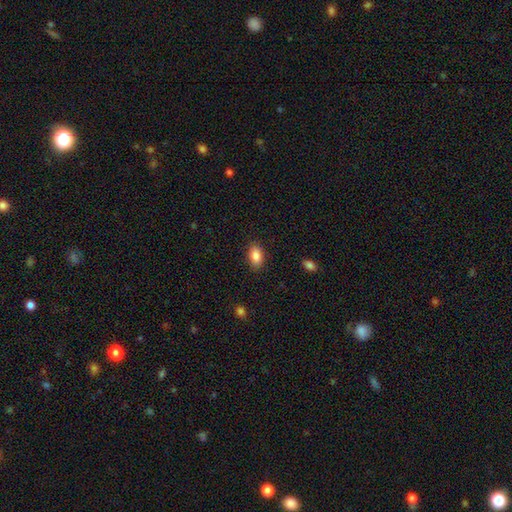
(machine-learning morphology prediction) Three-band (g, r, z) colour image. It shows a smooth galaxy with no disk features (87%) that is in between round and cigar-shaped (91%). Merging: none (88%).